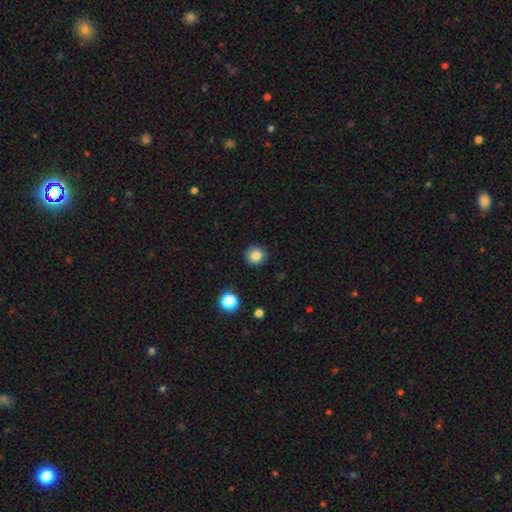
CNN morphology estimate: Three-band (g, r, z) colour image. It shows a smooth galaxy with no disk features (84%) that is round (92%). Merging: none (90%).